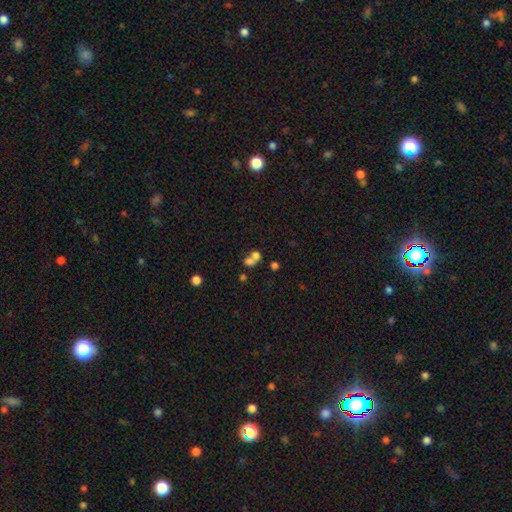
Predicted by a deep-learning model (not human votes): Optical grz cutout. It shows a smooth galaxy with no disk features (67%) that is round (65%). Merging: merger (66%).